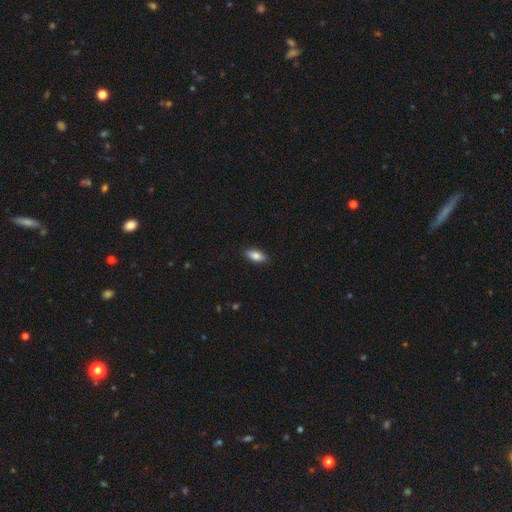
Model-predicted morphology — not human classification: Smooth or featured: smooth — 85% (featured or disk — 8%)
How rounded: in between — 86% (cigar-shaped — 11%)
Merging: none — 88% (minor disturbance — 9%)